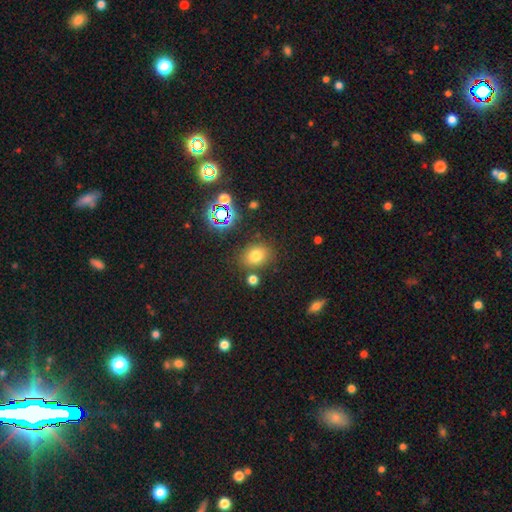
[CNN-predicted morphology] Overall: smooth (72%). How rounded: in between (52%; round 46%). Merging: none (77%).